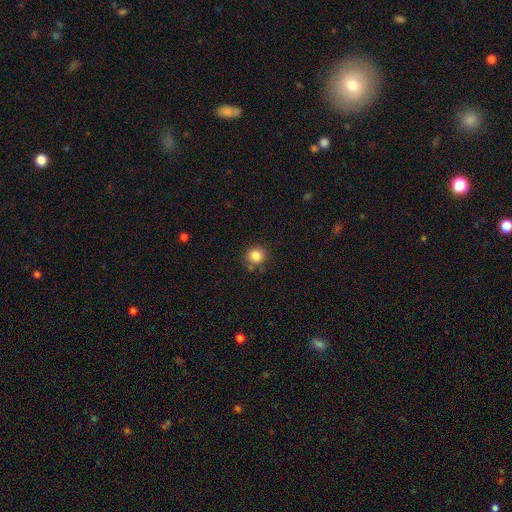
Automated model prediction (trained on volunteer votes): smooth 84%, star or artifact 11%, featured or disk 5%. Down the decision tree: how rounded — round (91%); merging — none (83%).